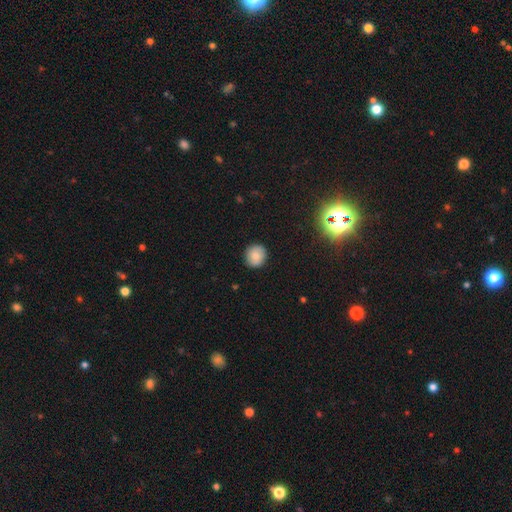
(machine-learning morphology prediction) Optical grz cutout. It shows a smooth galaxy with no disk features (83%) that is round (88%). Merging: none (89%).